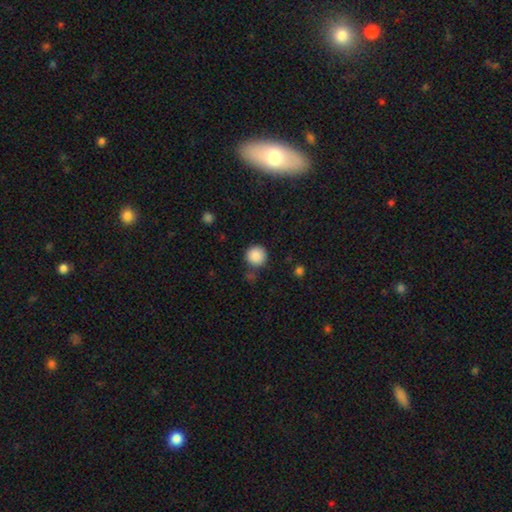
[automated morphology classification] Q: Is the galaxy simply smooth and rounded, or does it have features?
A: smooth — 87%.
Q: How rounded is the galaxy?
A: round — 95%.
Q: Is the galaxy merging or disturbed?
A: none — 83%.